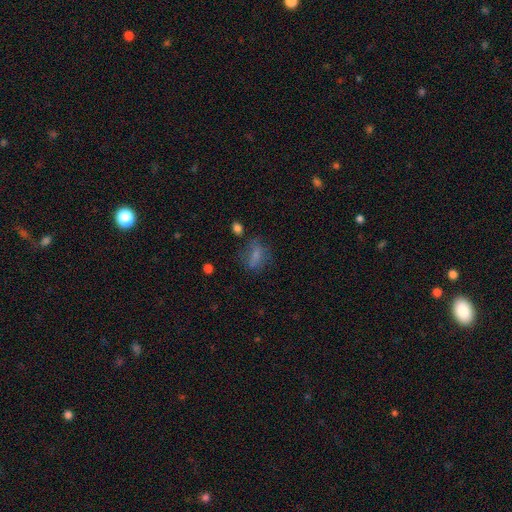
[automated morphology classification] type=smooth (67%); roundness=in between (69%); merging=none (57%).